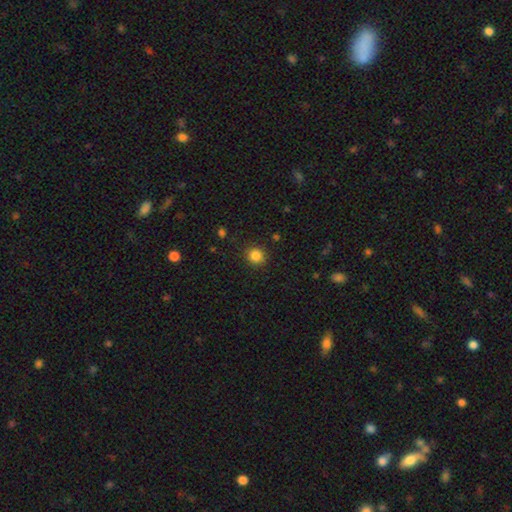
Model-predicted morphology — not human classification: A smooth galaxy with no disk features (85%) that is round (91%).

Vote fractions:
- Smooth or featured? smooth: 85% / star or artifact: 12% / featured or disk: 4%
- How rounded? round: 91% / in between: 8% / cigar-shaped: 1%
- Merging? none: 90% / minor disturbance: 6% / major disturbance: 2% / merger: 1%